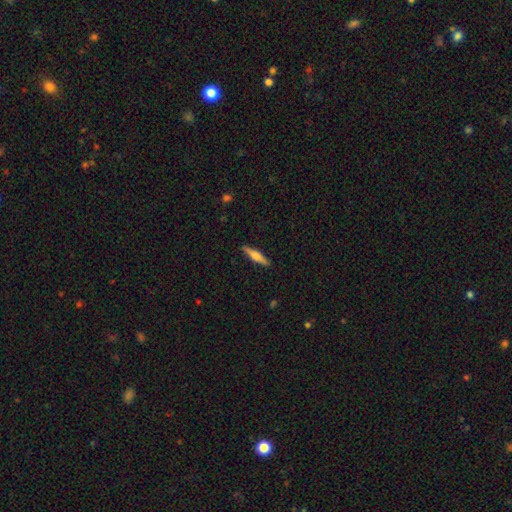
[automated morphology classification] Smooth or featured? featured or disk (53%)
Edge-on disk? yes (97%)
Edge-on bulge? rounded (83%)
Merging? none (90%)